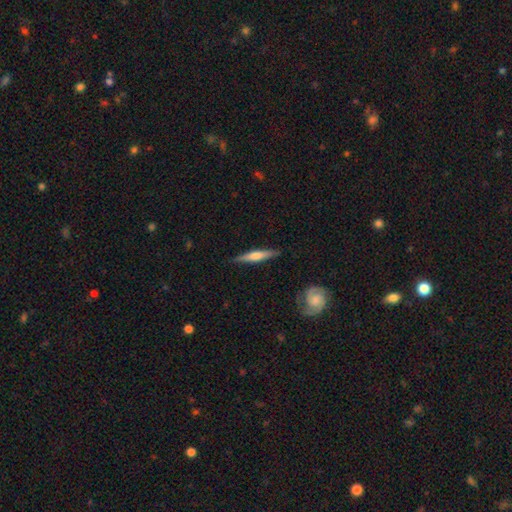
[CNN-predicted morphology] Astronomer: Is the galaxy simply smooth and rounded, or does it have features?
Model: featured or disk — 53% (runner-up: smooth, 42%).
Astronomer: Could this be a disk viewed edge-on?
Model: yes — 94%.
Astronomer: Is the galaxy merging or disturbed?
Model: none — 87%.